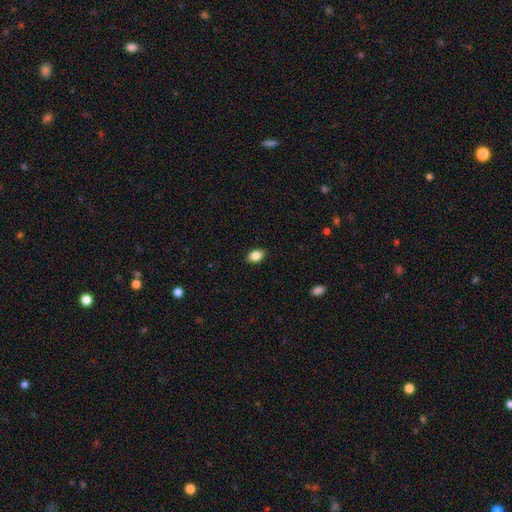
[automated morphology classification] Overall: smooth (86%). How rounded: in between (81%). Merging: none (90%).